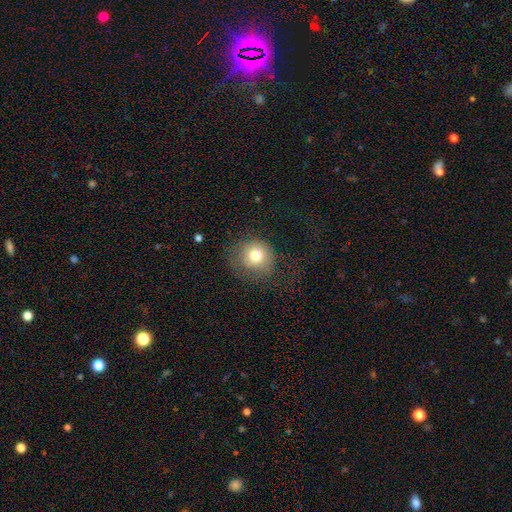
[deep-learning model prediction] The model was most divided on "merging": none: 64%, minor disturbance: 20%, major disturbance: 15%, merger: 1%. More confident: how rounded — round (85%); smooth or featured — smooth (76%).